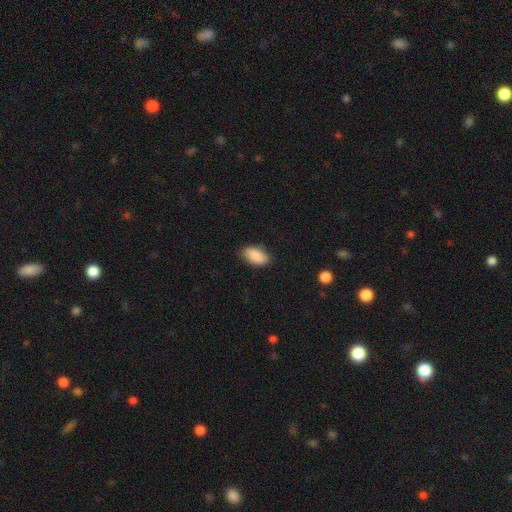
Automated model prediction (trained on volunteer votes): Overall: smooth (89%). How rounded: in between (94%). Merging: none (84%).